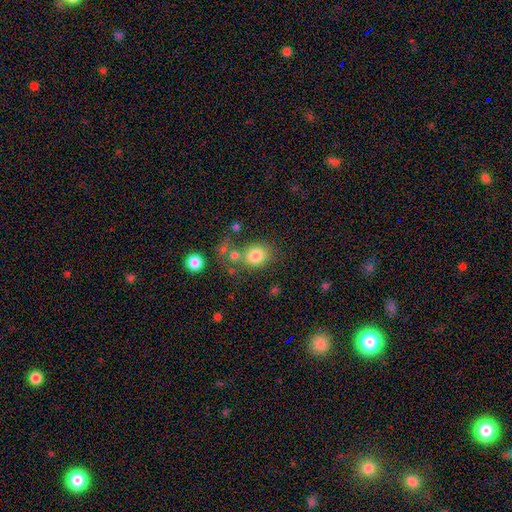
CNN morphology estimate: This appears to be a smooth galaxy with no disk features (81%) that is round (70%). Merging: none (62%).